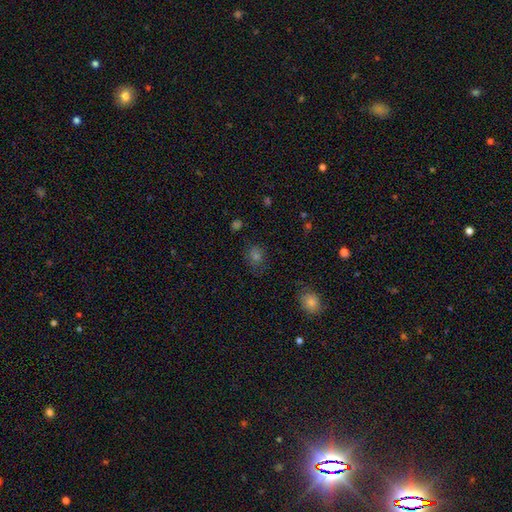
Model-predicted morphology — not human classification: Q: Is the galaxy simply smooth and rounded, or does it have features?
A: smooth — 53%.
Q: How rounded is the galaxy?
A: round — 62%.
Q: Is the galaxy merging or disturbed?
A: none — 75%.